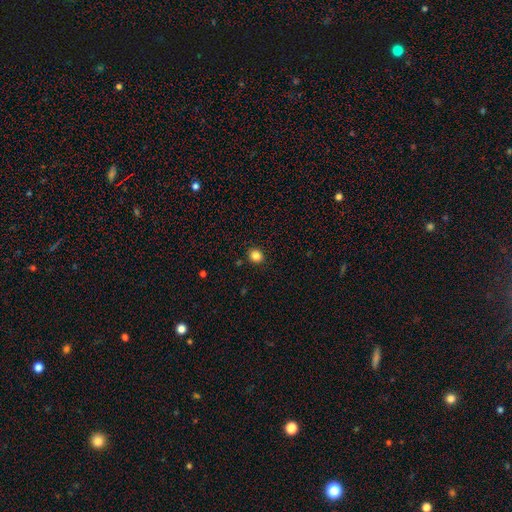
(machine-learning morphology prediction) Smooth or featured? smooth (85%)
How rounded? round (77%)
Merging? none (90%)